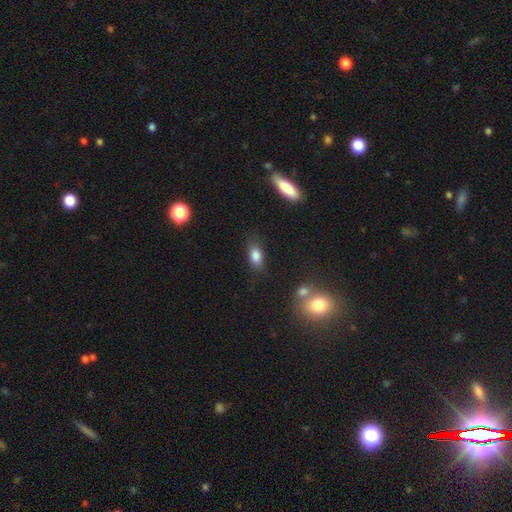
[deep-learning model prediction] Overall: smooth (84%). How rounded: in between (85%). Merging: none (74%).